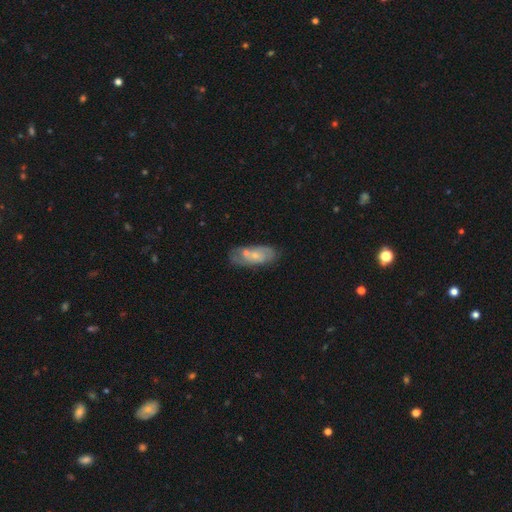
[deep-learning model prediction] This appears to be a smooth galaxy with no disk features (49%). Merging: none (53%).